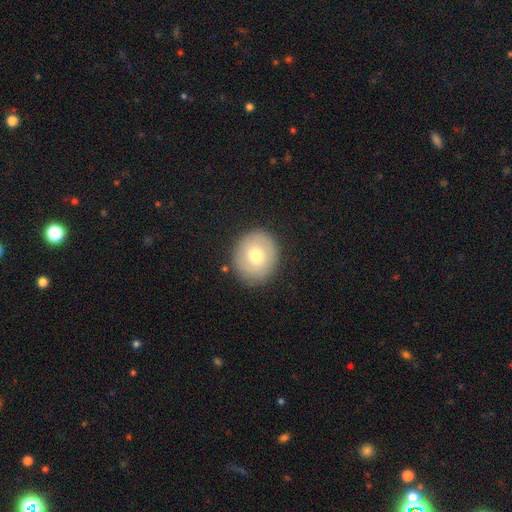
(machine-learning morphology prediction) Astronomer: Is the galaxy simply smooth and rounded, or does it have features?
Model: smooth — 68%.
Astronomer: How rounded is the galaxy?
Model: round — 81%.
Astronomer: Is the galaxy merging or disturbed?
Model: none — 86%.